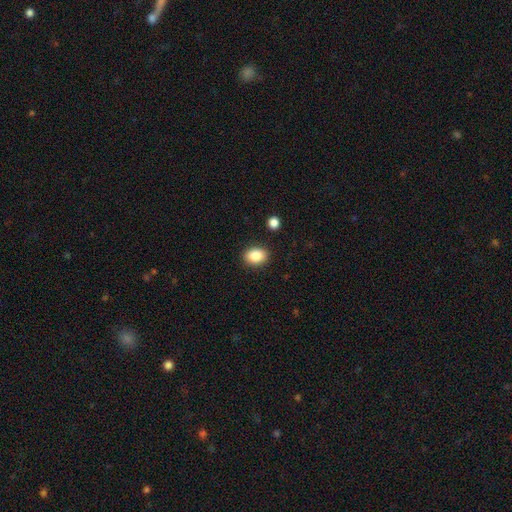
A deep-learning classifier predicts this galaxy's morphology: Smooth or featured? smooth (87%)
How rounded? in between (65%)
Merging? none (88%)